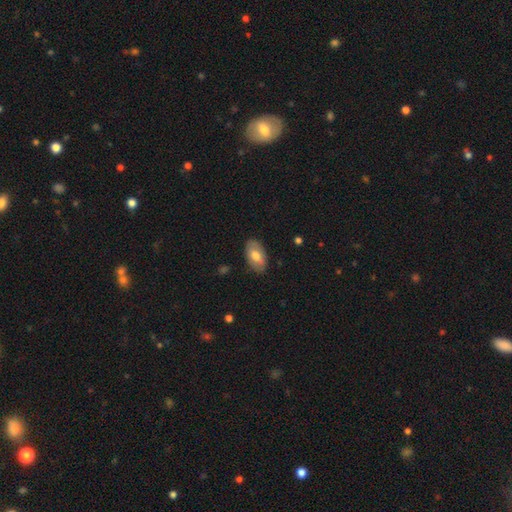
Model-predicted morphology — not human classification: smooth 67%, featured or disk 27%, star or artifact 6%. Down the decision tree: how rounded — in between (94%); merging — none (83%).